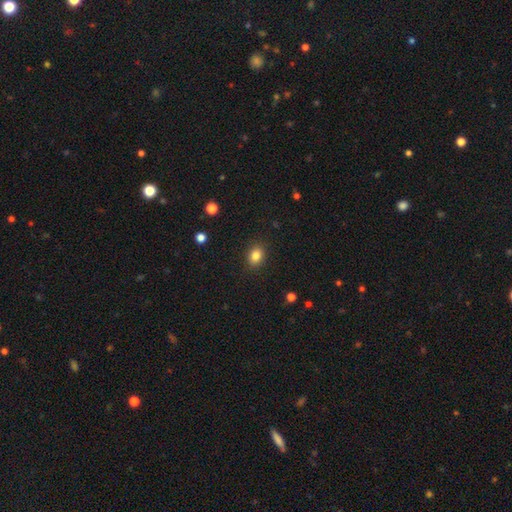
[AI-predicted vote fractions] This appears to be a smooth galaxy with no disk features (84%) that is in between round and cigar-shaped (57%). Merging: none (88%).